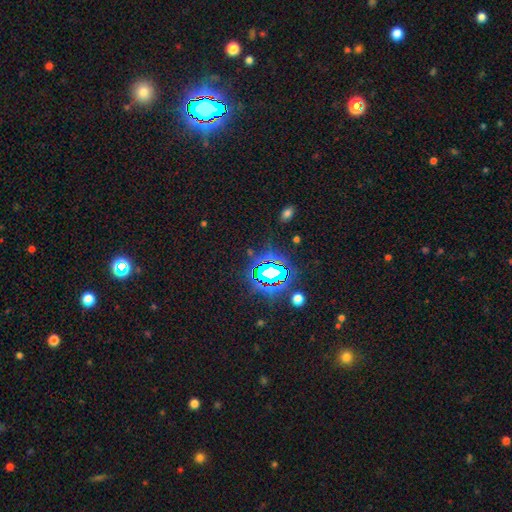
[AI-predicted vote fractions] smooth-or-featured: star or artifact: 83% | smooth: 10% | featured or disk: 7%